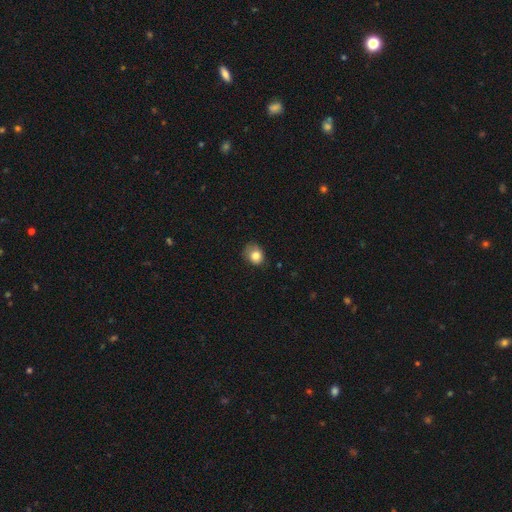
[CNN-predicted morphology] Smooth or featured?
  - smooth: 81% *
  - star or artifact: 10%
  - featured or disk: 10%
How rounded?
  - round: 56% *
  - in between: 44%
  - cigar-shaped: 1%
Merging?
  - none: 56% *
  - minor disturbance: 32%
  - major disturbance: 11%
  - merger: 2%